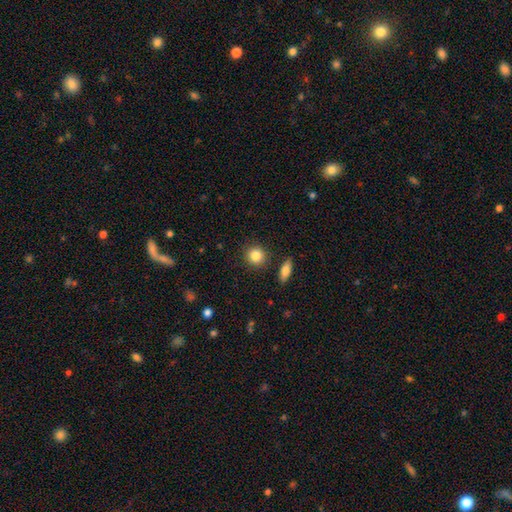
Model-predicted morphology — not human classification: The model was most divided on "how rounded": round: 87%, in between: 12%, cigar-shaped: 1%. More confident: merging — none (88%); smooth or featured — smooth (85%).